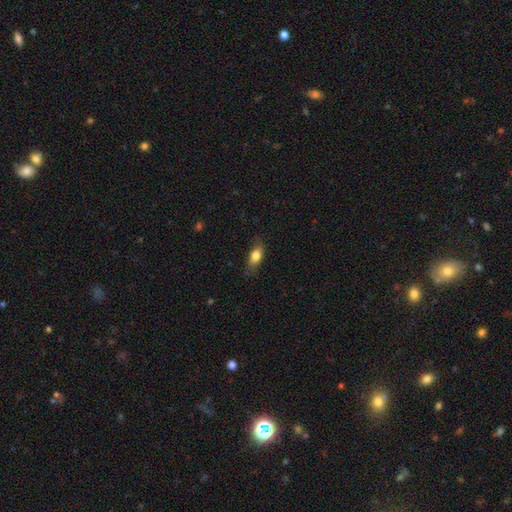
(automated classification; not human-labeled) The model was most divided on "merging": none: 76%, minor disturbance: 19%, major disturbance: 5%, merger: 1%. More confident: how rounded — in between (79%); smooth or featured — smooth (79%).